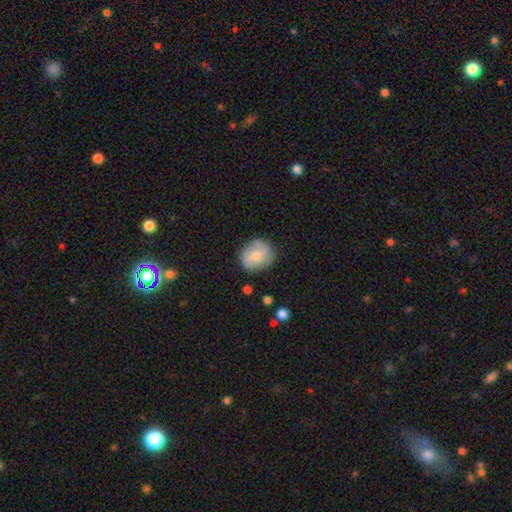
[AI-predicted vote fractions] Smooth or featured: smooth — 74% (featured or disk — 19%)
How rounded: round — 74% (in between — 25%)
Merging: none — 73% (minor disturbance — 19%)